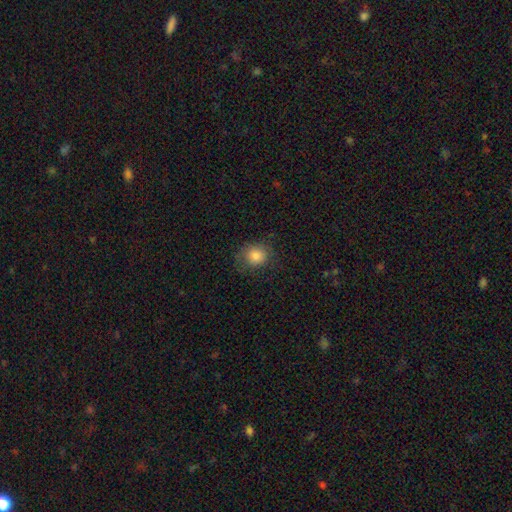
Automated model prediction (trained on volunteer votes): smooth 82%, star or artifact 9%, featured or disk 9%. Down the decision tree: how rounded — round (75%); merging — none (73%).